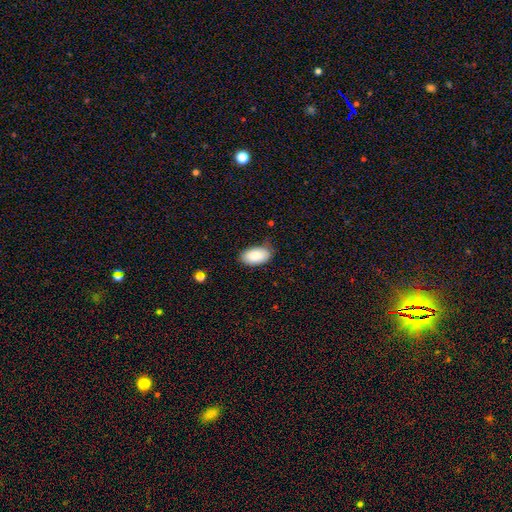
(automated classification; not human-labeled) Overall: smooth (89%). How rounded: in between (95%). Merging: none (79%).